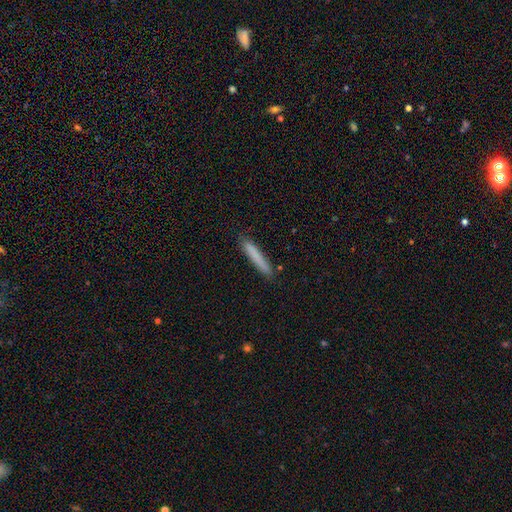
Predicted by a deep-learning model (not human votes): This appears to be a smooth galaxy with no disk features (80%) that is cigar-shaped (95%). Merging: none (88%).